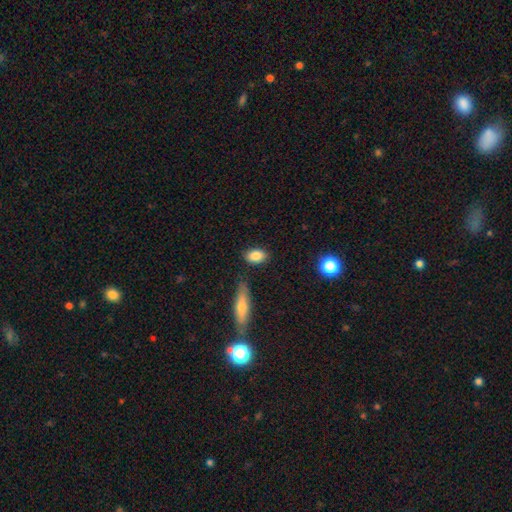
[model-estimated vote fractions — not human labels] Smooth or featured? Predicted: smooth (p=0.85). How rounded? Predicted: in between (p=0.84). Merging? Predicted: none (p=0.82).